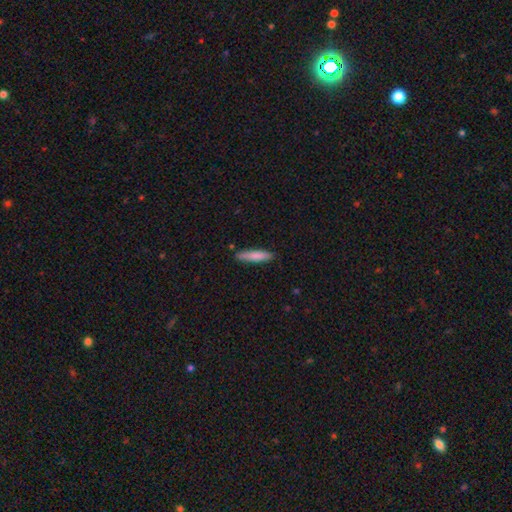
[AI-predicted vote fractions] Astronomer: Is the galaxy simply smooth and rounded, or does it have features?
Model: smooth — 81%.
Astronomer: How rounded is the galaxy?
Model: cigar-shaped — 84%.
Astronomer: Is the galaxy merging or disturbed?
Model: none — 85%.